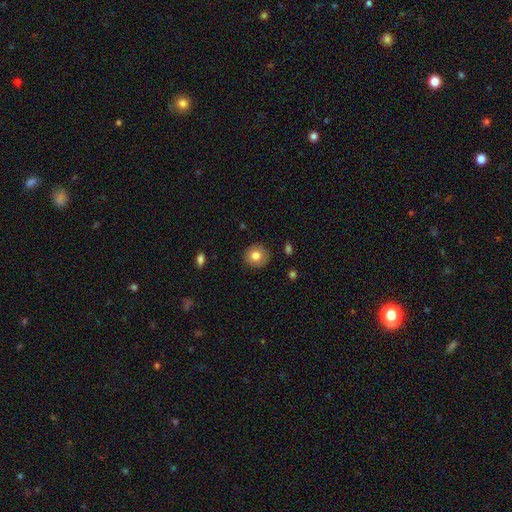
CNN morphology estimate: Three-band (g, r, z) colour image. It shows a smooth galaxy with no disk features (80%) that is round (87%). Merging: none (88%).